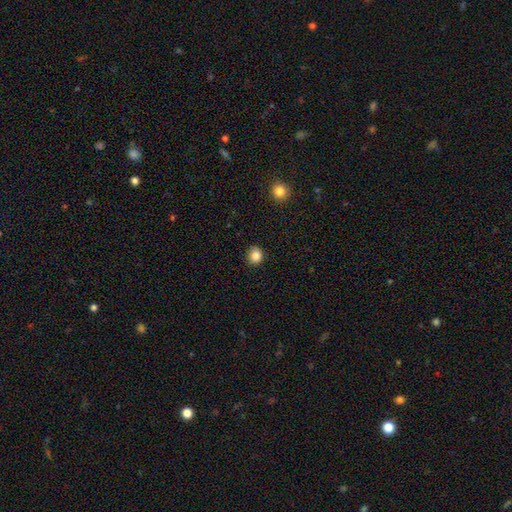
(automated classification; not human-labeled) Smooth or featured: smooth — 85% (star or artifact — 11%)
How rounded: round — 80% (in between — 20%)
Merging: none — 85% (minor disturbance — 12%)